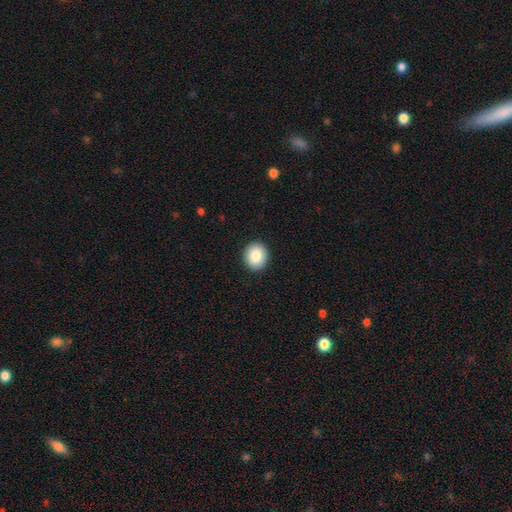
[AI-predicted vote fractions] Smooth or featured? smooth (86%)
How rounded? round (75%)
Merging? none (92%)